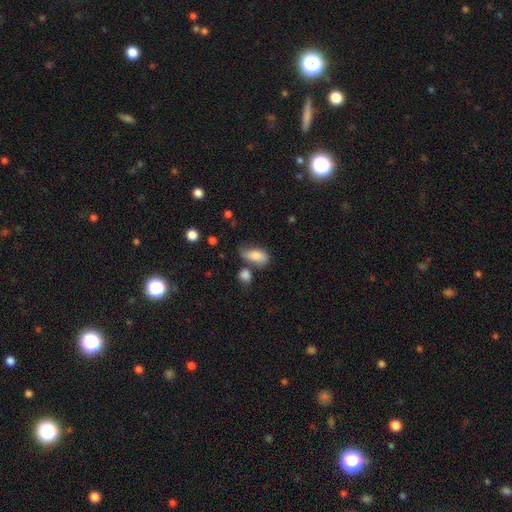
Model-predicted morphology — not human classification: Overall: smooth (72%). How rounded: in between (87%). Merging: none (40%; minor disturbance 28%).